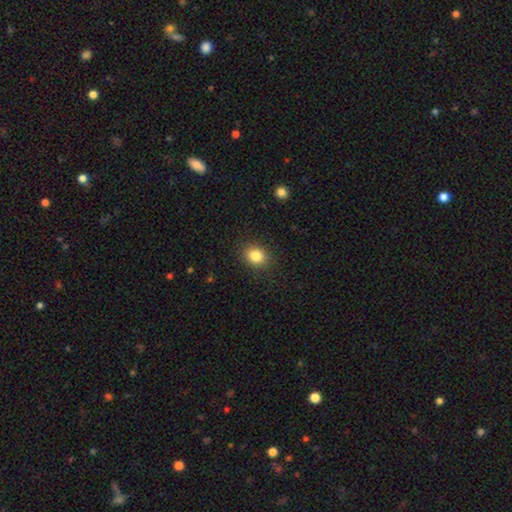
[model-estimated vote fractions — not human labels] Morphology: type=smooth (84%); roundness=round (57%); merging=none (88%).